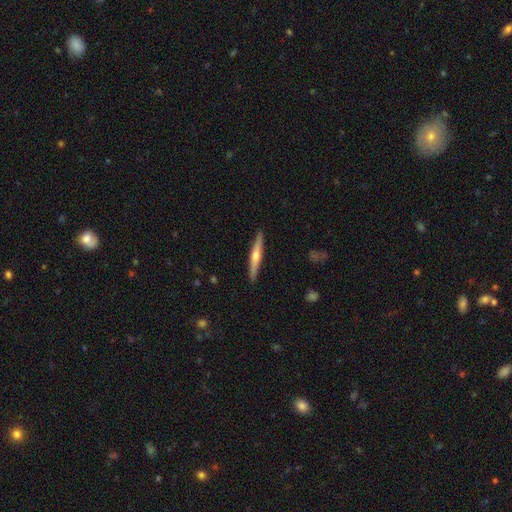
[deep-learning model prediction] featured or disk 61%, smooth 33%, star or artifact 5%. Down the decision tree: edge-on disk — yes (97%); edge-on bulge — rounded (85%); merging — none (91%).